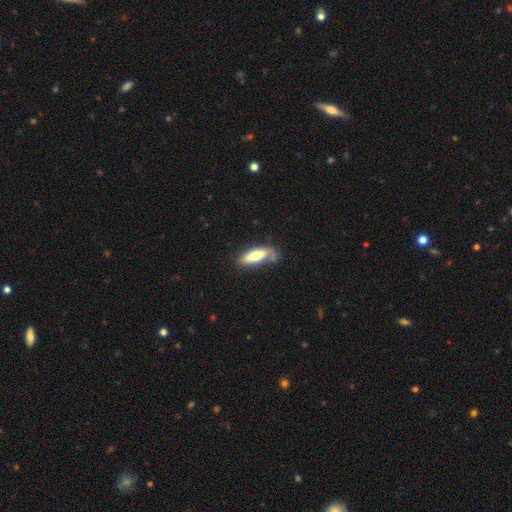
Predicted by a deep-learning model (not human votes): Smooth or featured? smooth (67%)
How rounded? in between (52%)
Merging? none (53%)